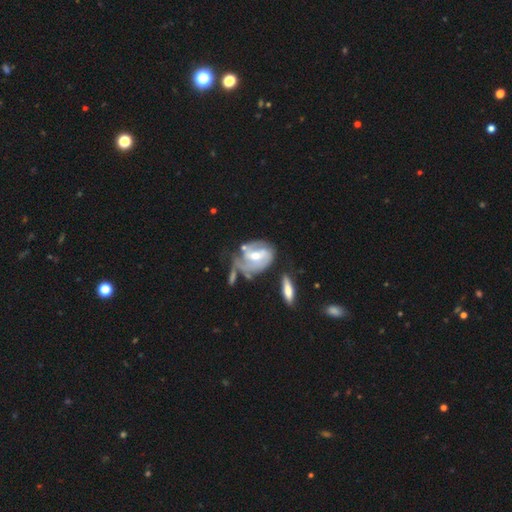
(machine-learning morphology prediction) smooth-or-featured: featured or disk: 76% | smooth: 18% | star or artifact: 6%
  disk-edge-on: no: 95% | yes: 5%
    bar: weak: 45% | no: 31% | strong: 24%
    has-spiral-arms: yes: 84% | no: 16%
      spiral-winding: tight: 44% | medium: 37% | loose: 18%
      spiral-arm-count: 2: 45% | can't tell: 29% | 3: 11% | 1: 10% | 4: 3% | more than 4: 2%
    bulge-size: moderate: 61% | small: 32% | large: 4% | none: 1% | dominant: 1%
  merging: none: 36% | minor disturbance: 23% | major disturbance: 21% | merger: 20%